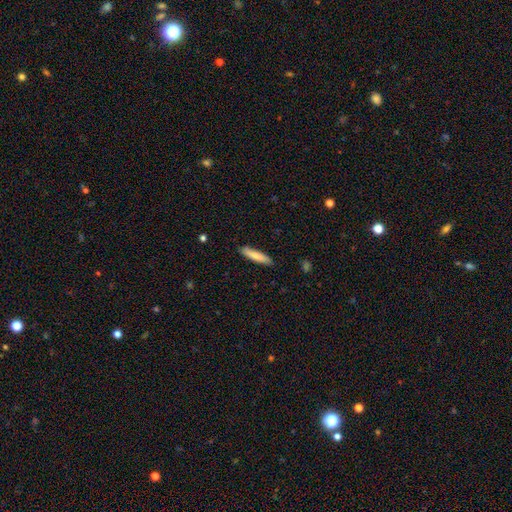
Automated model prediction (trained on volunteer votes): Smooth or featured? smooth (80%)
How rounded? cigar-shaped (84%)
Merging? none (87%)